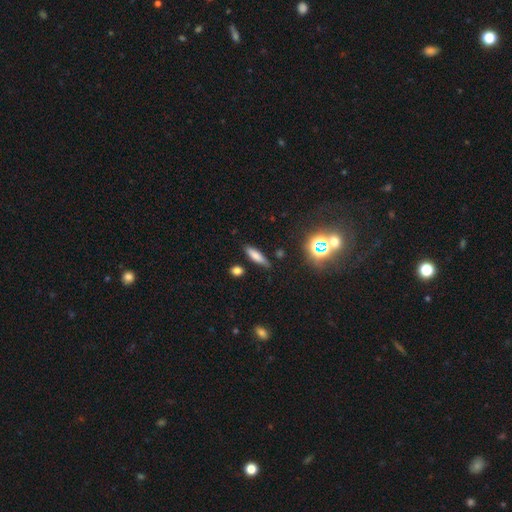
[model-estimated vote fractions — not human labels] Smooth or featured?
  - smooth: 71% *
  - featured or disk: 16%
  - star or artifact: 13%
How rounded?
  - cigar-shaped: 63% *
  - in between: 34%
  - round: 4%
Merging?
  - none: 80% *
  - minor disturbance: 13%
  - merger: 3%
  - major disturbance: 3%